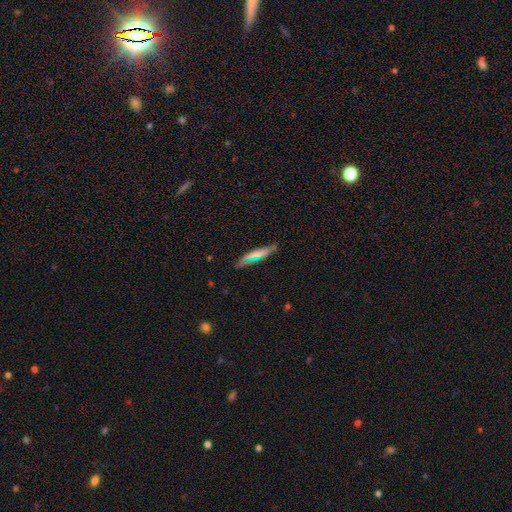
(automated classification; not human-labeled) smooth 50%, featured or disk 42%, star or artifact 8%. Down the decision tree: merging — none (75%).